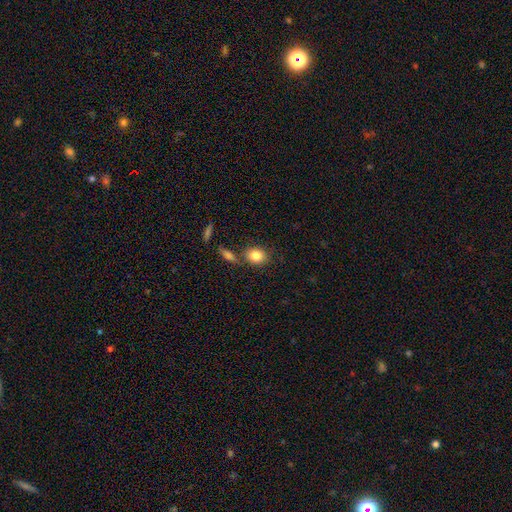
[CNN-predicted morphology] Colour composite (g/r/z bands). It shows a smooth galaxy with no disk features (83%) that is in between round and cigar-shaped (50%). Merging: none (69%).